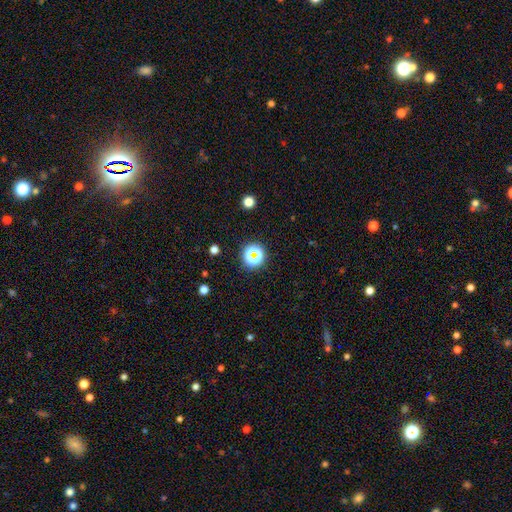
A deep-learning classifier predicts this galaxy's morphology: smooth_or_featured: star or artifact (p=0.58) [alt: smooth p=0.33]